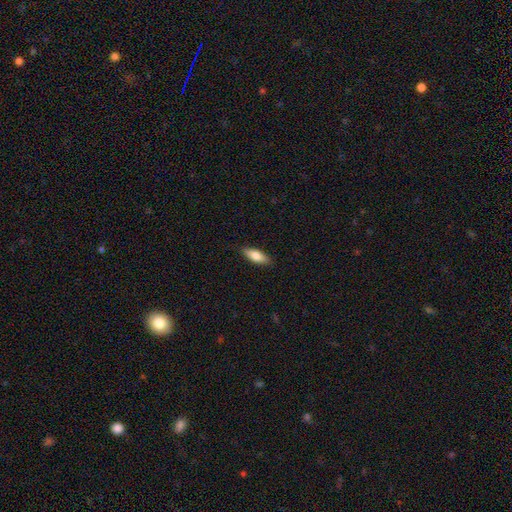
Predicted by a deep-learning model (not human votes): This is likely a smooth galaxy (77%). How rounded: likely in between (66%). Merging: clearly none (87%).